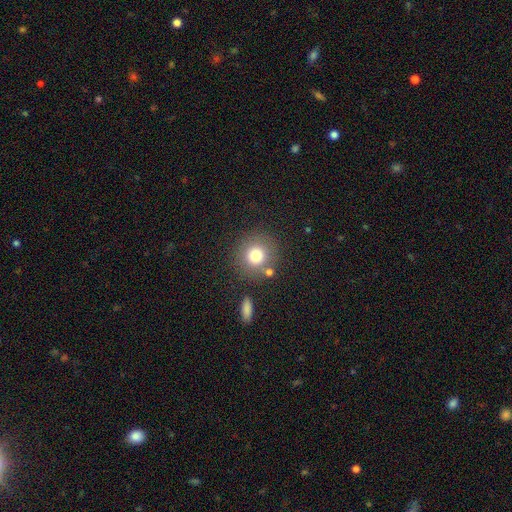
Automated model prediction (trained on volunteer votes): A smooth galaxy with no disk features (77%) that is round (90%).

Vote fractions:
- Smooth or featured? smooth: 77% / star or artifact: 12% / featured or disk: 11%
- How rounded? round: 90% / in between: 9% / cigar-shaped: 1%
- Merging? none: 76% / minor disturbance: 10% / merger: 10% / major disturbance: 4%